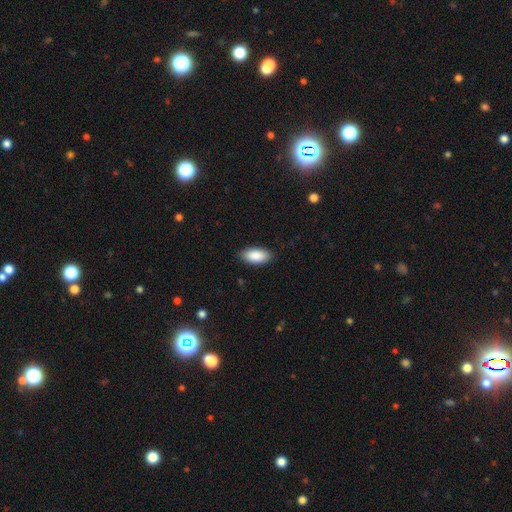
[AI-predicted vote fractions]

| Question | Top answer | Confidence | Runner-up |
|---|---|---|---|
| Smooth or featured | smooth | 90% | star or artifact (6%) |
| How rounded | in between | 93% | cigar-shaped (5%) |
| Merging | none | 87% | minor disturbance (10%) |